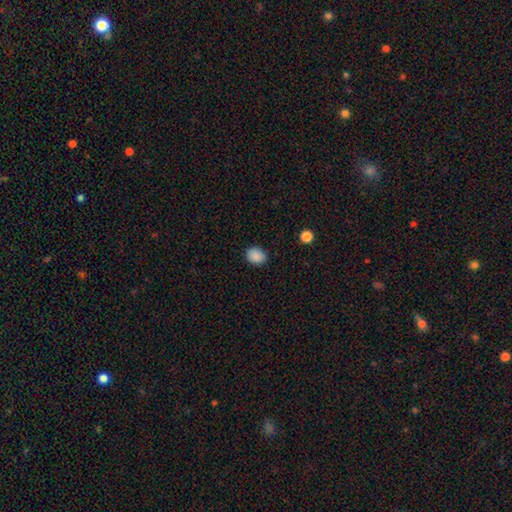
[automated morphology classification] This is clearly a smooth galaxy (88%). How rounded: possibly in between (54%). Merging: clearly none (87%).